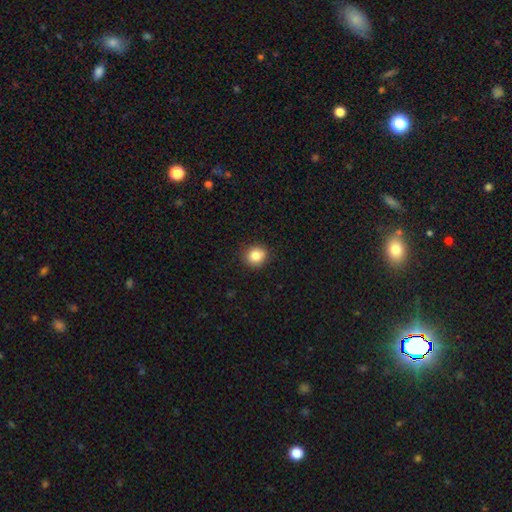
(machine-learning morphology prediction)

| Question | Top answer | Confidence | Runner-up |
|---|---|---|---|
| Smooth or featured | smooth | 85% | star or artifact (10%) |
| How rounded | round | 78% | in between (21%) |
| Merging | none | 87% | minor disturbance (10%) |